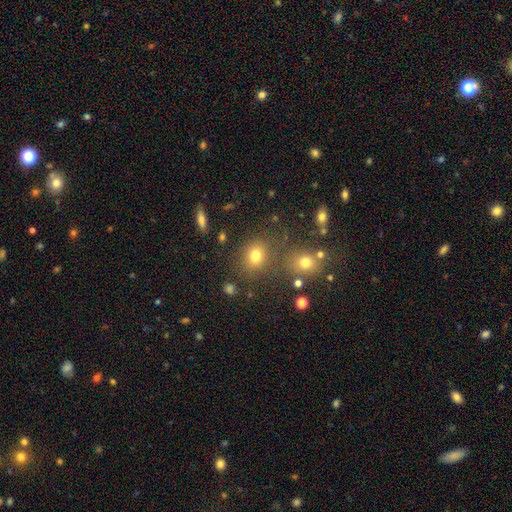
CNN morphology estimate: The model was most divided on "how rounded": round: 68%, in between: 30%, cigar-shaped: 1%. More confident: merging — none (73%); smooth or featured — smooth (73%).